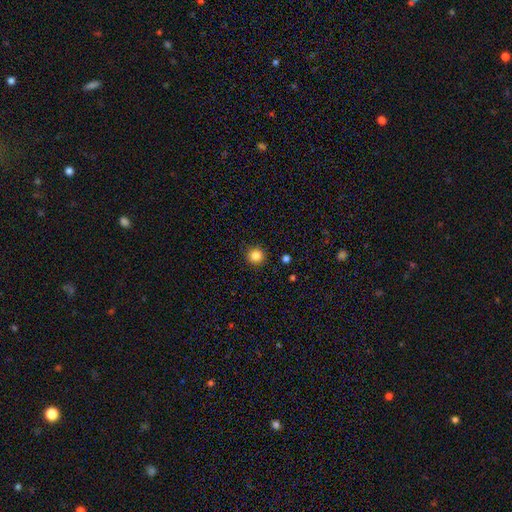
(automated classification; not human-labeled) Morphology: type=smooth (85%); roundness=round (94%); merging=none (90%).